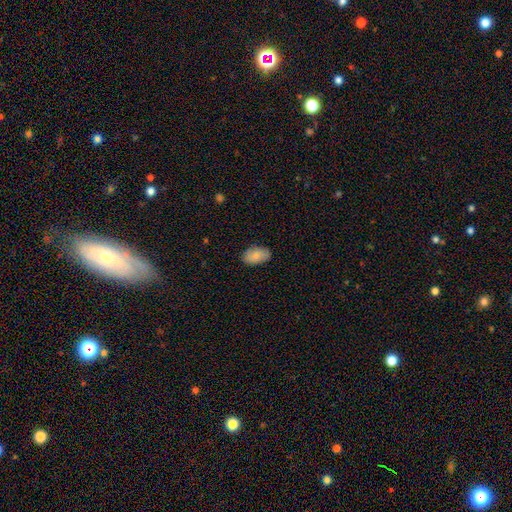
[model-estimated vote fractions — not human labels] A smooth galaxy with no disk features (84%) that is in between round and cigar-shaped (93%). Merging: none (84%).